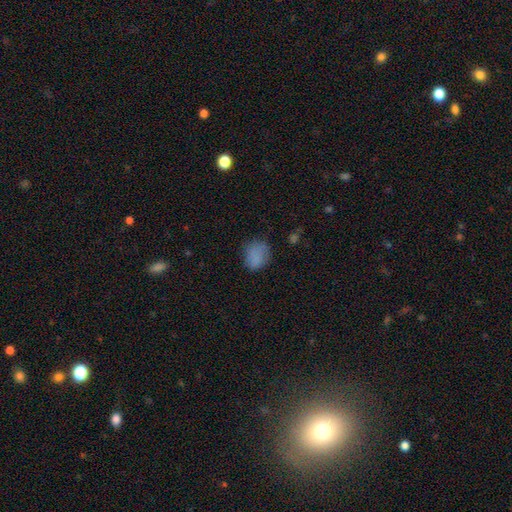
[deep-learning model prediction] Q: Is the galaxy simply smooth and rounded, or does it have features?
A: smooth — 81%.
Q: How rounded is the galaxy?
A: in between — 51%.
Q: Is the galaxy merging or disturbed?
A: none — 66%.